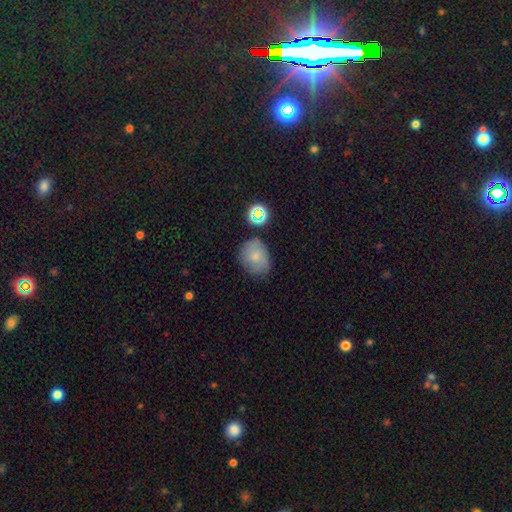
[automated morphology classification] Overall: smooth (72%). How rounded: round (55%; in between 44%). Merging: none (64%).